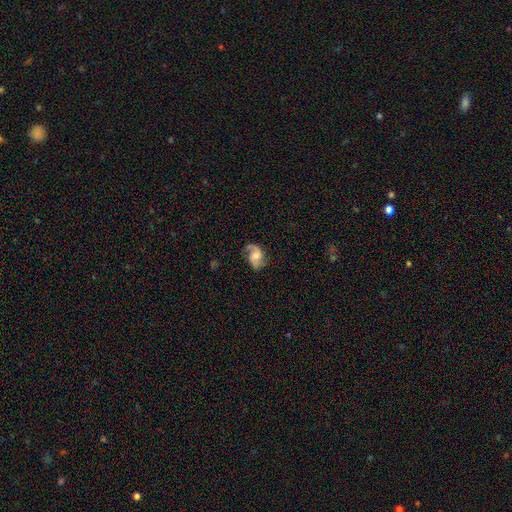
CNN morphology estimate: This appears to be a featured or disk galaxy (77%) with no bar (53%), 2 (87%) loose (44%) spiral arms (95%) and a moderate central bulge (34%). Merging: none (68%).